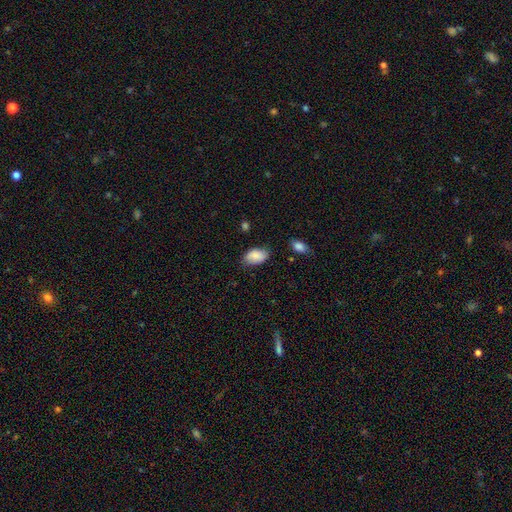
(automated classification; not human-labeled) Smooth or featured?
  - smooth: 84% *
  - featured or disk: 9%
  - star or artifact: 7%
How rounded?
  - in between: 93% *
  - round: 6%
  - cigar-shaped: 1%
Merging?
  - none: 75% *
  - minor disturbance: 20%
  - major disturbance: 4%
  - merger: 2%